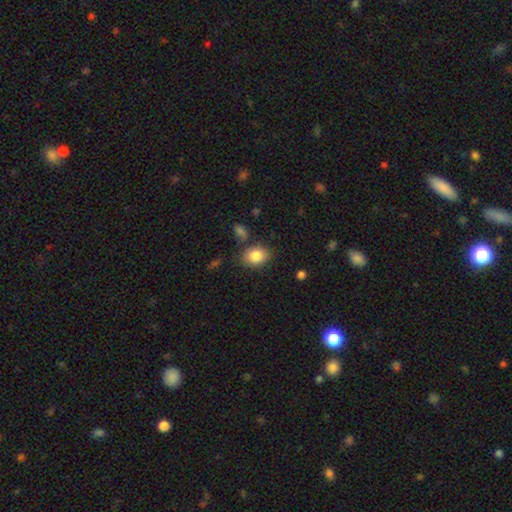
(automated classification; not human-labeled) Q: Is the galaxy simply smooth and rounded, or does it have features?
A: smooth — 84%.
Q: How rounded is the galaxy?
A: in between — 66%.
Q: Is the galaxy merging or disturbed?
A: none — 77%.